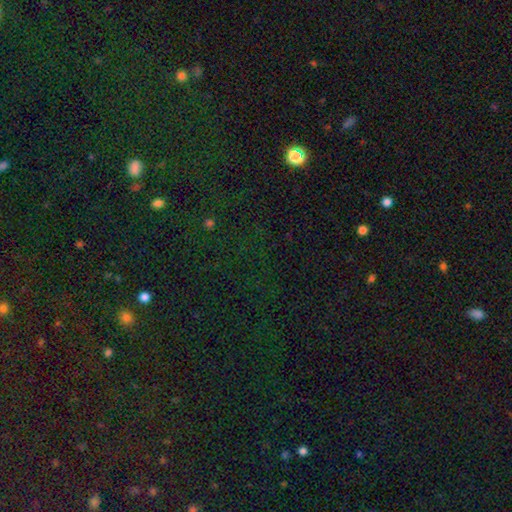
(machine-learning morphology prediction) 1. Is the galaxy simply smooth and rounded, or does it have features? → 76% star or artifact, 16% smooth, 8% featured or disk.